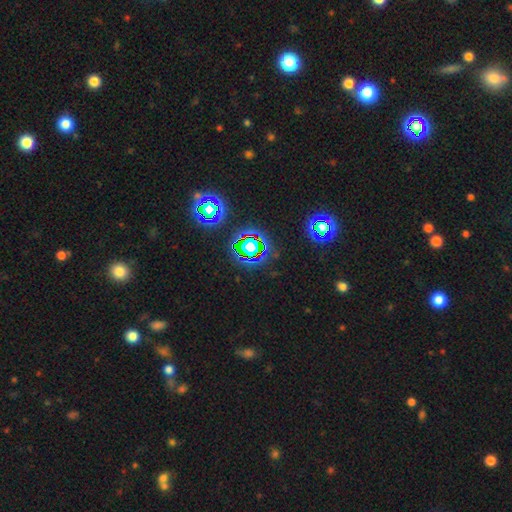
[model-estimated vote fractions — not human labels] A star or artifact, not a galaxy (77%).

Vote fractions:
- Smooth or featured? star or artifact: 77% / smooth: 15% / featured or disk: 9%